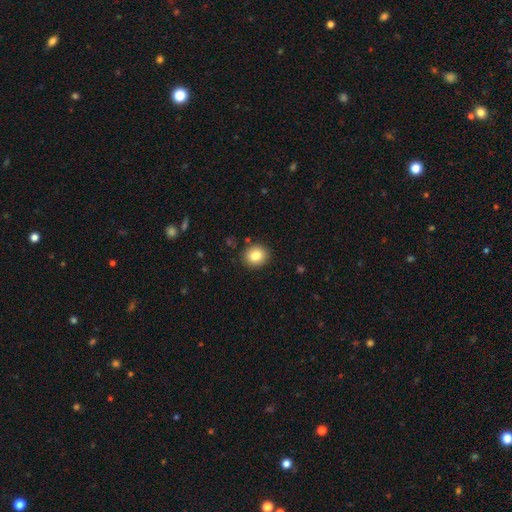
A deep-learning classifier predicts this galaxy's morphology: A smooth galaxy with no disk features (83%) that is round (78%).

Vote fractions:
- Smooth or featured? smooth: 83% / star or artifact: 9% / featured or disk: 8%
- How rounded? round: 78% / in between: 21% / cigar-shaped: 1%
- Merging? none: 89% / minor disturbance: 7% / major disturbance: 2% / merger: 2%